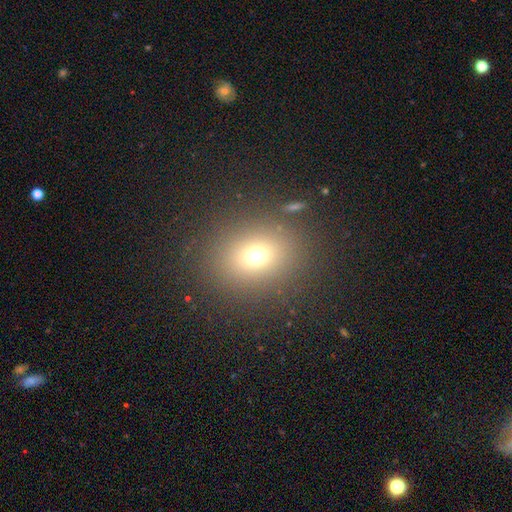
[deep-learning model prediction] A smooth galaxy with no disk features (69%) that is round (70%). Merging: none (84%).